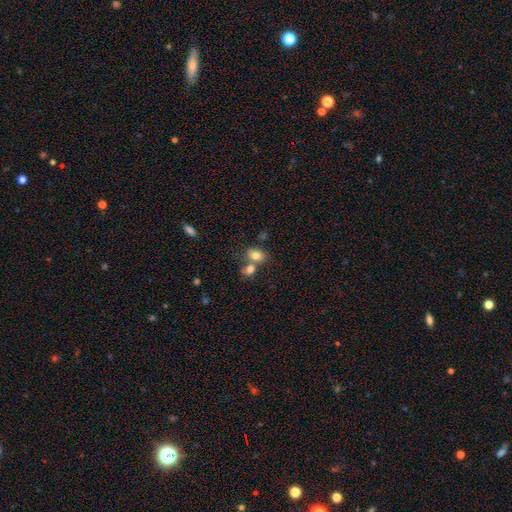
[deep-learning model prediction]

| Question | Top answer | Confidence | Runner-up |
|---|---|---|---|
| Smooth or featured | smooth | 78% | featured or disk (12%) |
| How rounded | in between | 67% | round (31%) |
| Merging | merger | 46% | none (40%) |